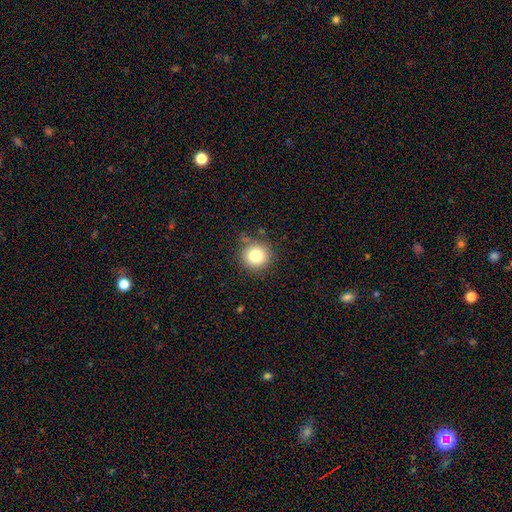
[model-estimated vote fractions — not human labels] This appears to be a smooth galaxy with no disk features (81%) that is round (92%). Merging: none (82%).